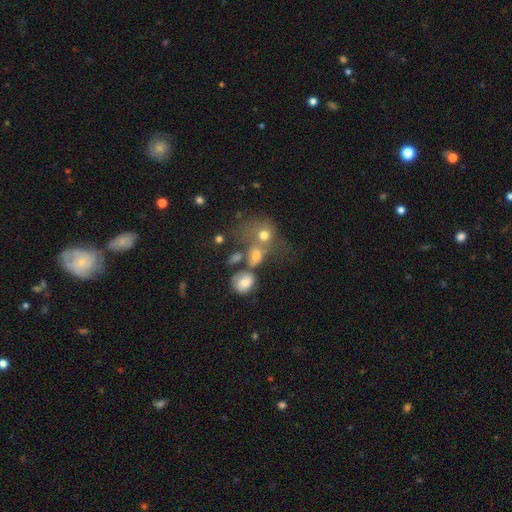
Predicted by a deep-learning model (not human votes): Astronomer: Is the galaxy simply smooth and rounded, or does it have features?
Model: smooth — 65%.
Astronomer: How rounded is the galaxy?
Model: round — 54% (runner-up: in between, 44%).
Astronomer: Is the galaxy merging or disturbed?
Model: merger — 49% (runner-up: none, 25%).